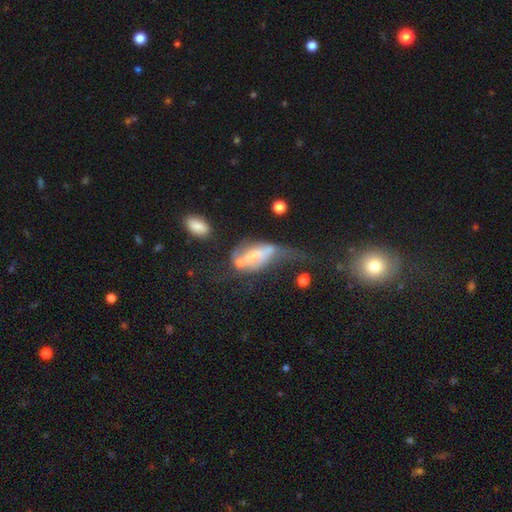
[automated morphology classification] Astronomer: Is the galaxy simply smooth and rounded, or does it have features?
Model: featured or disk — 52% (runner-up: smooth, 38%).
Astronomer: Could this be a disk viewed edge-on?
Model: no — 88%.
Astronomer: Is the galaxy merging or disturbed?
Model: major disturbance — 44% (runner-up: merger, 28%).